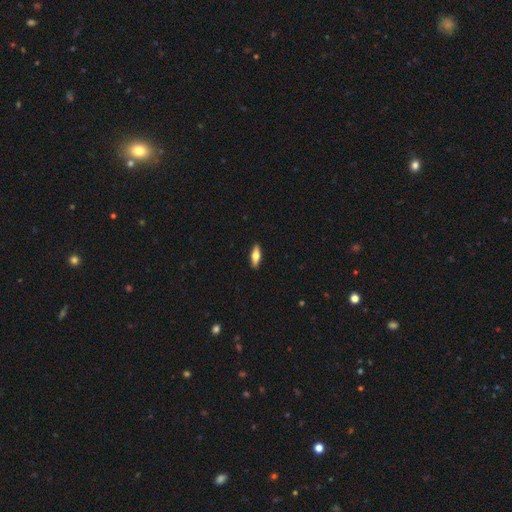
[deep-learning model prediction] Smooth or featured? Predicted: smooth (p=0.60). How rounded? Predicted: in between (p=0.57). Merging? Predicted: none (p=0.91).